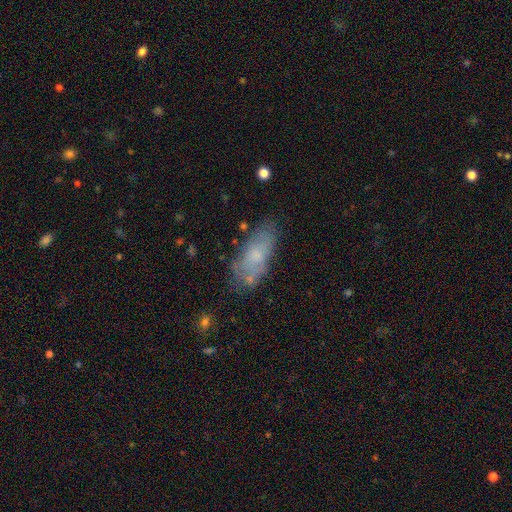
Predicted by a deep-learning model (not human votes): Smooth or featured? Predicted: smooth (p=0.60). How rounded? Predicted: in between (p=0.81). Merging? Predicted: none (p=0.61).